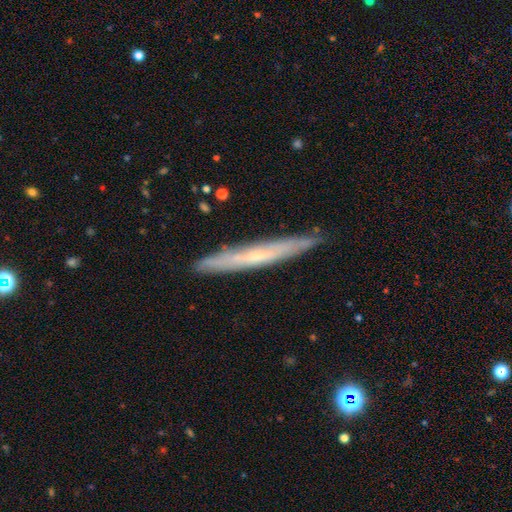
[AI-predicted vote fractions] featured or disk 59%, smooth 35%, star or artifact 6%. Down the decision tree: edge-on disk — yes (90%); edge-on bulge — none (58%); merging — none (86%).